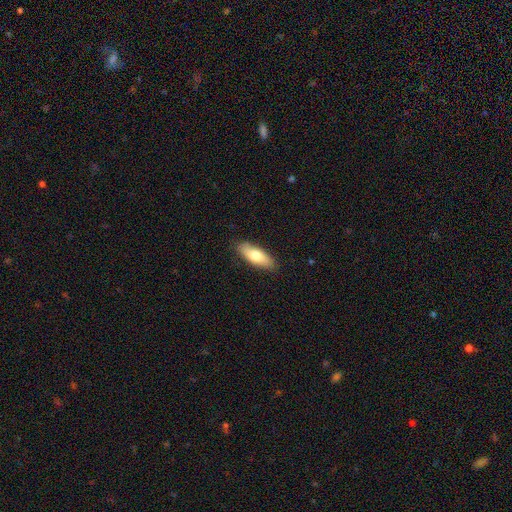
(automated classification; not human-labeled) smooth-or-featured: smooth: 74% | featured or disk: 21% | star or artifact: 6%
  how-rounded: in between: 70% | cigar-shaped: 27% | round: 2%
  merging: none: 87% | minor disturbance: 10% | major disturbance: 2% | merger: 1%